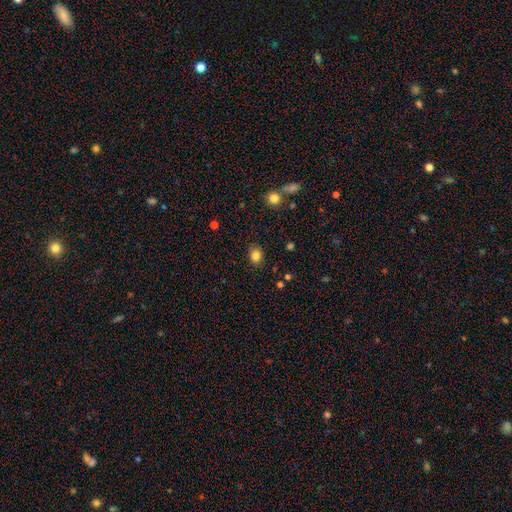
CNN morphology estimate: Smooth or featured? Predicted: smooth (p=0.83). How rounded? Predicted: round (p=0.60). Merging? Predicted: none (p=0.86).